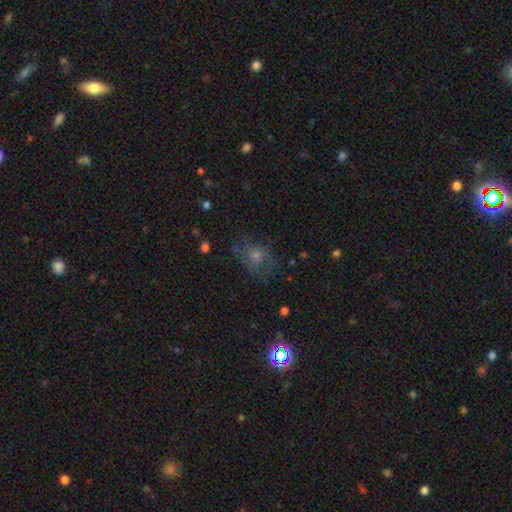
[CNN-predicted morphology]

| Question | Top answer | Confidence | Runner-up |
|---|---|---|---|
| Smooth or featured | smooth | 57% | featured or disk (26%) |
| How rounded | round | 58% | in between (40%) |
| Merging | none | 56% | minor disturbance (23%) |